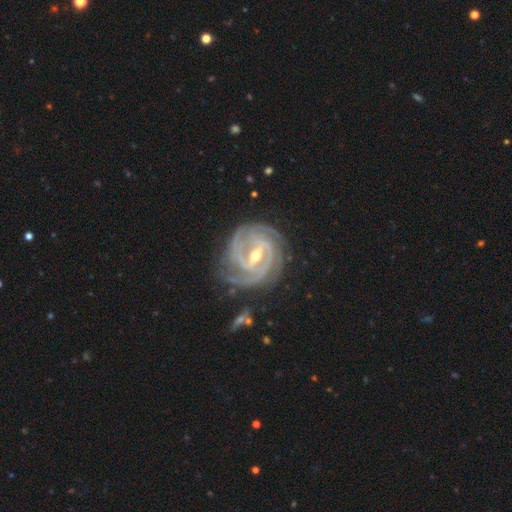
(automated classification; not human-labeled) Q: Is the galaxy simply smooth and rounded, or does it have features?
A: featured or disk — 93%.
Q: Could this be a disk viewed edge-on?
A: no — 97%.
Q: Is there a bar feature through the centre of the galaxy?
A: strong — 55%.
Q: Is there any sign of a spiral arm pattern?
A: yes — 99%.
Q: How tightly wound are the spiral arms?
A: tight — 75%.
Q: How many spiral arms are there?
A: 3 — 37%.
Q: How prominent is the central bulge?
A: moderate — 51%.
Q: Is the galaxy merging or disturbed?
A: none — 75%.